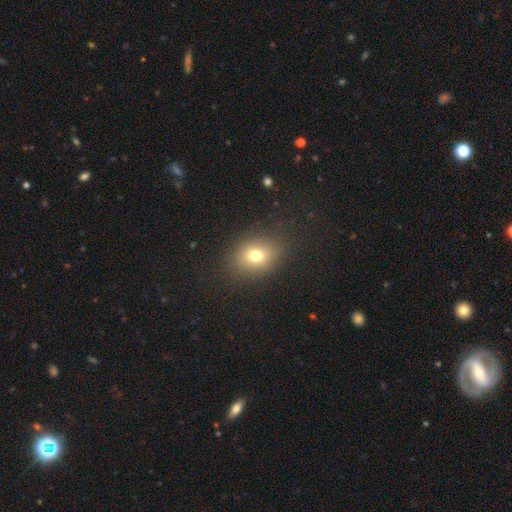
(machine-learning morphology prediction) A smooth galaxy with no disk features (74%) that is in between round and cigar-shaped (56%).

Vote fractions:
- Smooth or featured? smooth: 74% / star or artifact: 14% / featured or disk: 12%
- How rounded? in between: 56% / round: 42% / cigar-shaped: 1%
- Merging? none: 84% / minor disturbance: 10% / major disturbance: 5% / merger: 1%